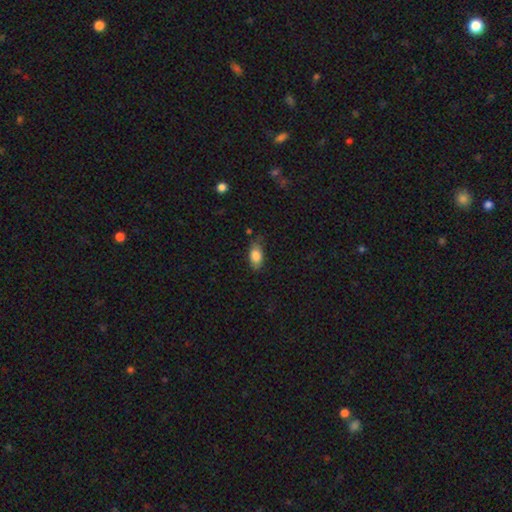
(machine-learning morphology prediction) A smooth galaxy with no disk features (85%) that is in between round and cigar-shaped (89%). Merging: none (69%).